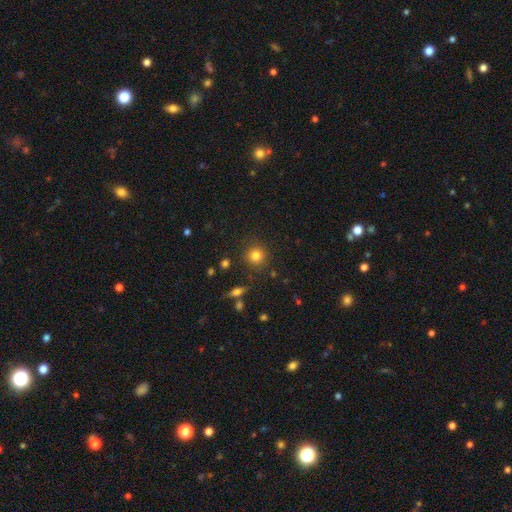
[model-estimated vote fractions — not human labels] Smooth or featured: smooth — 80% (star or artifact — 12%)
How rounded: round — 91% (in between — 7%)
Merging: none — 86% (minor disturbance — 8%)